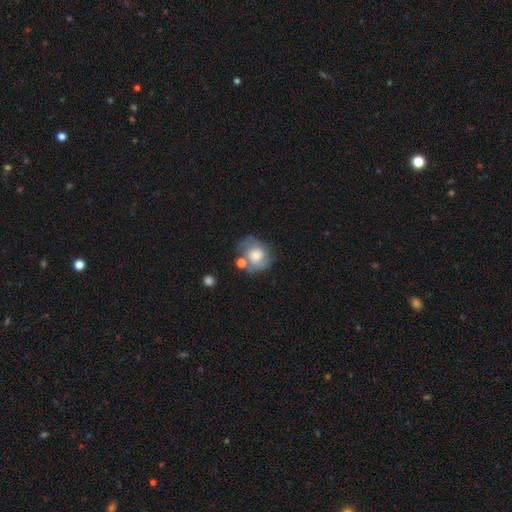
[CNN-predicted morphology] A featured or disk galaxy (58%) with no bar (76%), spiral arms (80%) and a moderate central bulge (38%). Merging: none (52%).